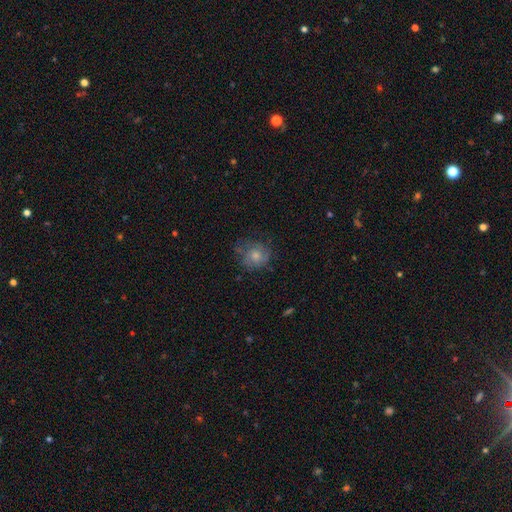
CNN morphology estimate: Smooth or featured? Predicted: smooth (p=0.62). How rounded? Predicted: round (p=0.79). Merging? Predicted: none (p=0.56).